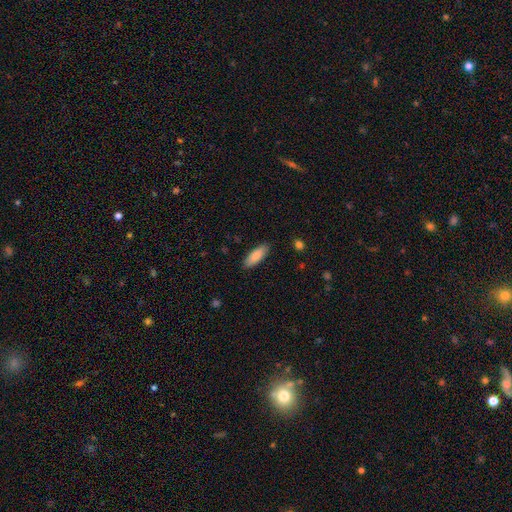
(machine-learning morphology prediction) smooth_or_featured: smooth (p=0.85) [alt: featured or disk p=0.09]
how_rounded: in between (p=0.64) [alt: cigar-shaped p=0.35]
merging: none (p=0.88) [alt: minor disturbance p=0.09]